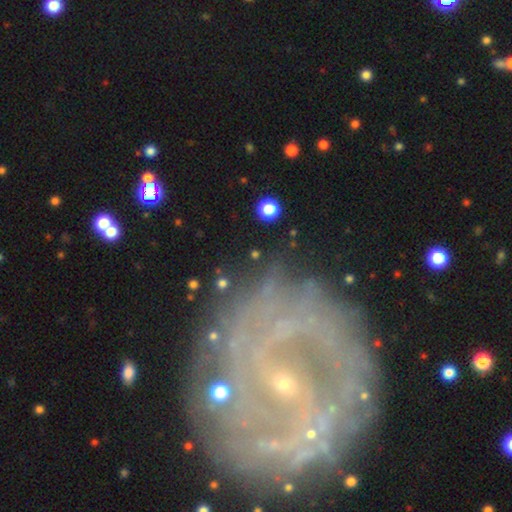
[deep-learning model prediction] This is possibly a featured or disk galaxy (46%). Merging: likely none (77%).